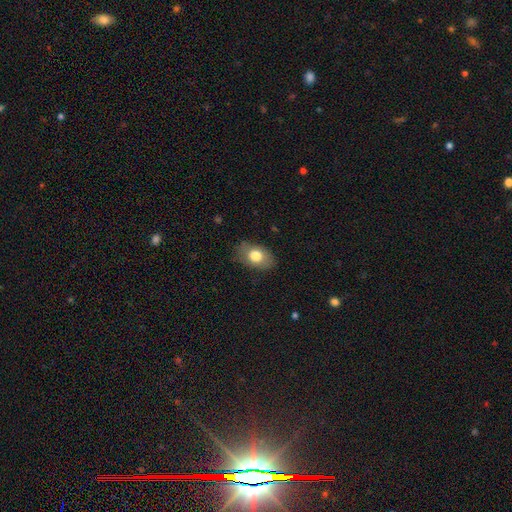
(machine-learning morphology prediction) The model was most divided on "merging": none: 77%, minor disturbance: 17%, major disturbance: 4%, merger: 1%. More confident: how rounded — in between (84%); smooth or featured — smooth (76%).